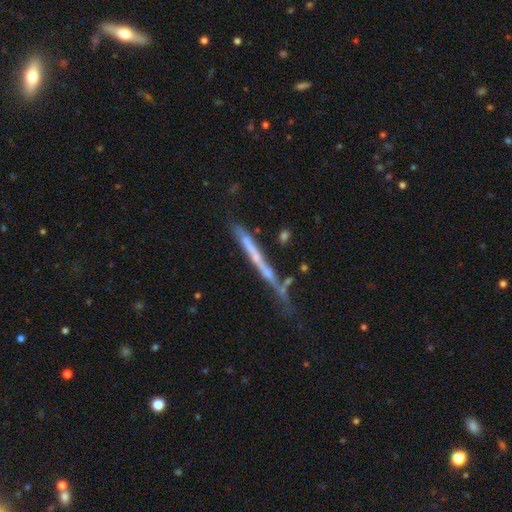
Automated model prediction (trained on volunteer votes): Overall: featured or disk (61%; smooth 30%). Edge-on disk: yes (91%). Edge-on bulge: none (84%). Merging: none (59%; minor disturbance 23%).